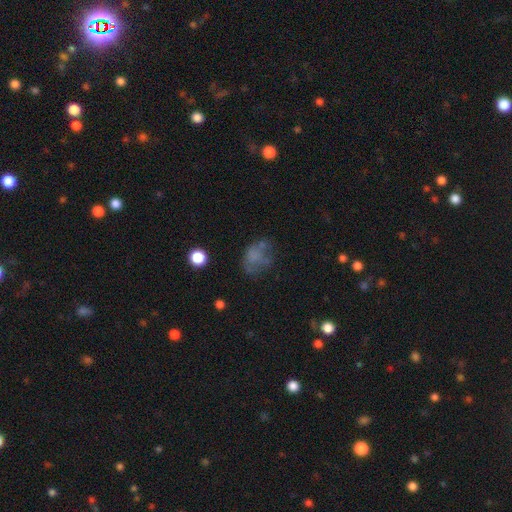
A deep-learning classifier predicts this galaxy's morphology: The model was most divided on "merging": none: 44%, major disturbance: 25%, minor disturbance: 23%, merger: 7%. More confident: how rounded — in between (59%); smooth or featured — smooth (53%).